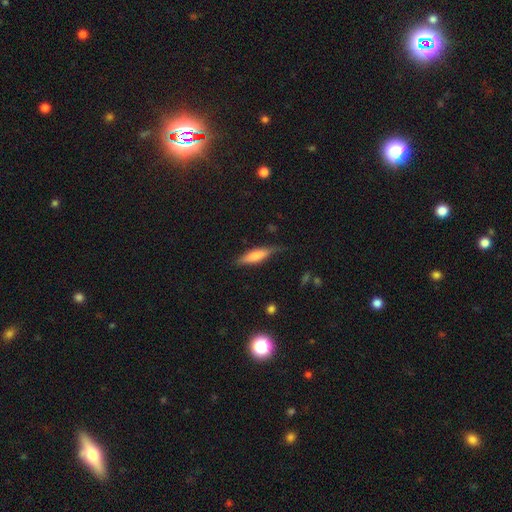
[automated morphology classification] Smooth or featured? Predicted: smooth (p=0.64). How rounded? Predicted: cigar-shaped (p=0.69). Merging? Predicted: none (p=0.73).